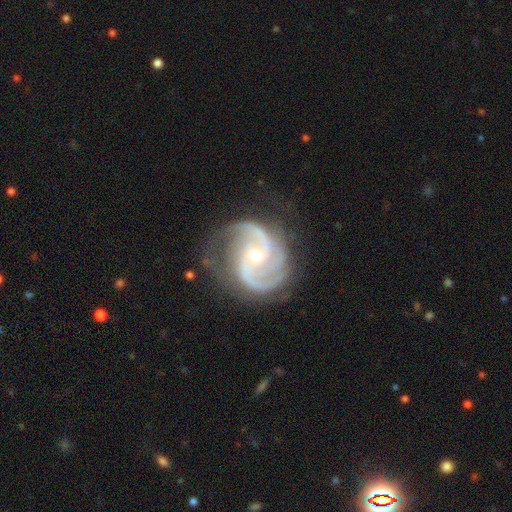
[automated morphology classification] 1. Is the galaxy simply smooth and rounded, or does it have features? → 92% featured or disk, 4% star or artifact, 3% smooth.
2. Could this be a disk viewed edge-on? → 98% no, 2% yes.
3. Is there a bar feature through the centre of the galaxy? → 53% no, 36% weak, 11% strong.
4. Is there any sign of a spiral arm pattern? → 98% yes, 2% no.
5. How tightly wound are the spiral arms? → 54% medium, 32% tight, 14% loose.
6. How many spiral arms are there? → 61% 2, 21% 3, 7% can't tell, 4% 4, 4% 1, 4% more than 4.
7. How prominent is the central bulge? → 53% small, 44% moderate, 1% large, 1% none, 1% dominant.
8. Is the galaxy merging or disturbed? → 68% none, 20% minor disturbance, 10% major disturbance, 2% merger.